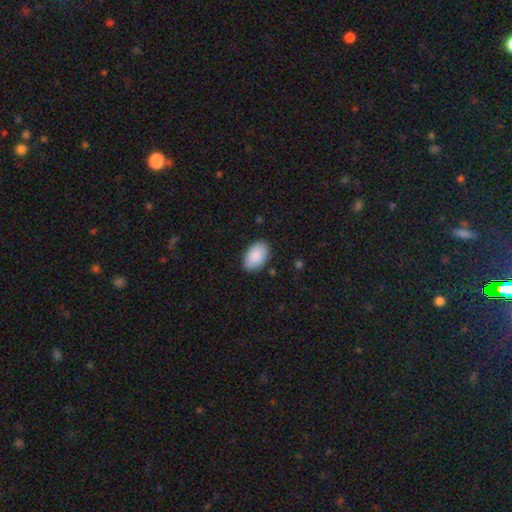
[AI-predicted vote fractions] Q: Smooth or featured?
A: smooth (90%); runner-up: star or artifact (6%)
Q: How rounded?
A: in between (93%); runner-up: round (6%)
Q: Merging?
A: none (86%); runner-up: minor disturbance (11%)